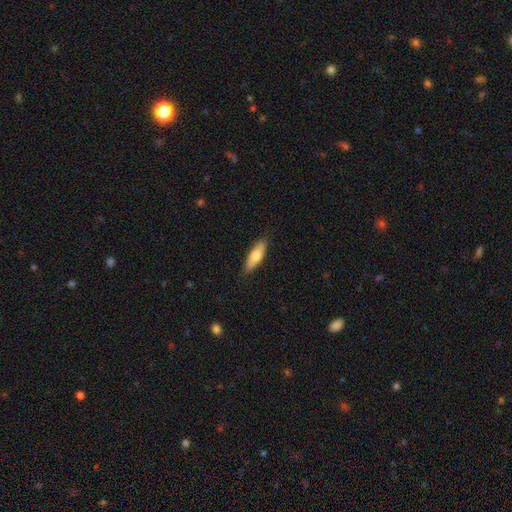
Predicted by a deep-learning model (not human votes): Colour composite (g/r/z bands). It shows a smooth galaxy with no disk features (69%) that is in between round and cigar-shaped (53%). Merging: none (87%).